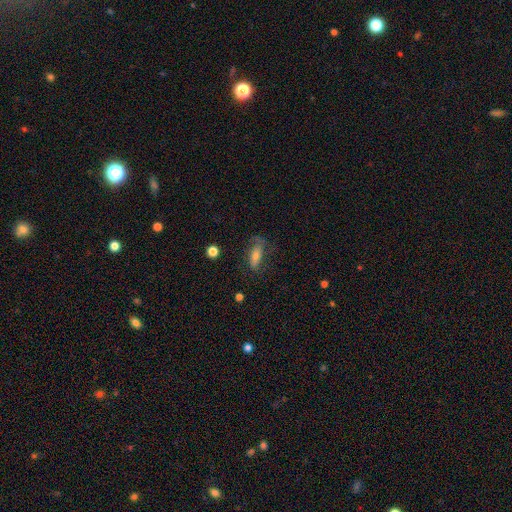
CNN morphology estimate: This is possibly a smooth galaxy (46%). Merging: likely none (60%).